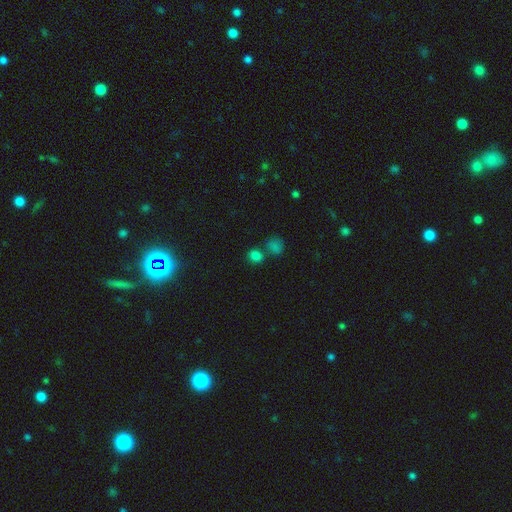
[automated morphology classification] Q: Smooth or featured?
A: smooth (77%); runner-up: star or artifact (18%)
Q: How rounded?
A: round (66%); runner-up: in between (33%)
Q: Merging?
A: none (58%); runner-up: merger (28%)